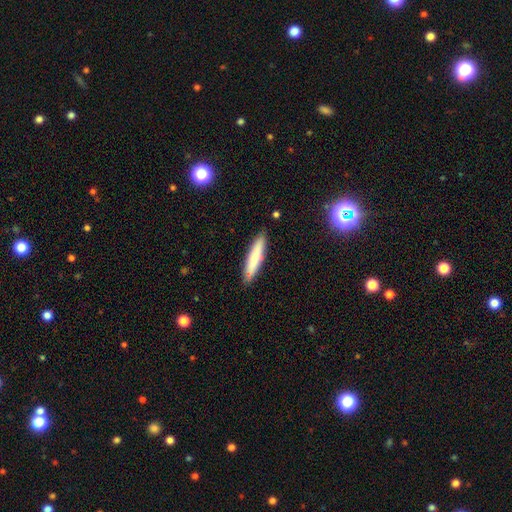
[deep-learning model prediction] Smooth or featured: smooth — 75% (featured or disk — 19%)
How rounded: cigar-shaped — 88% (in between — 11%)
Merging: none — 86% (minor disturbance — 11%)